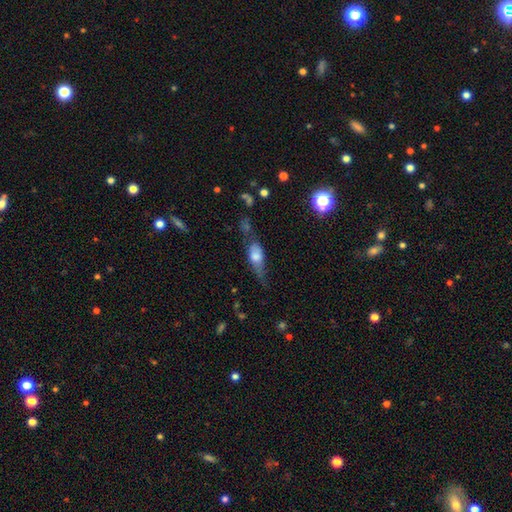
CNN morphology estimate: A smooth galaxy with no disk features (57%) that is in between round and cigar-shaped (69%). Merging: none (38%).